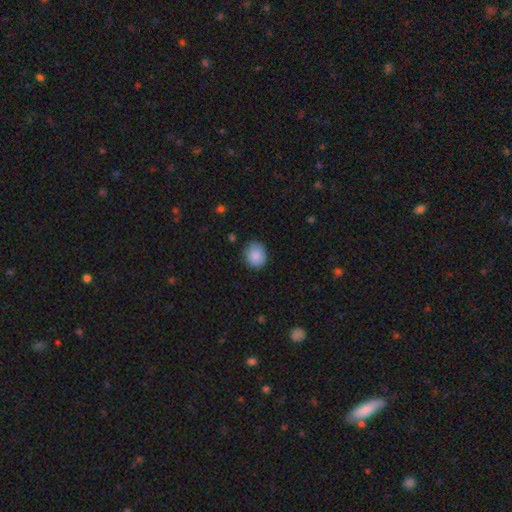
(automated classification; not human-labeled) This appears to be a smooth galaxy with no disk features (87%) that is round (65%). Merging: none (78%).